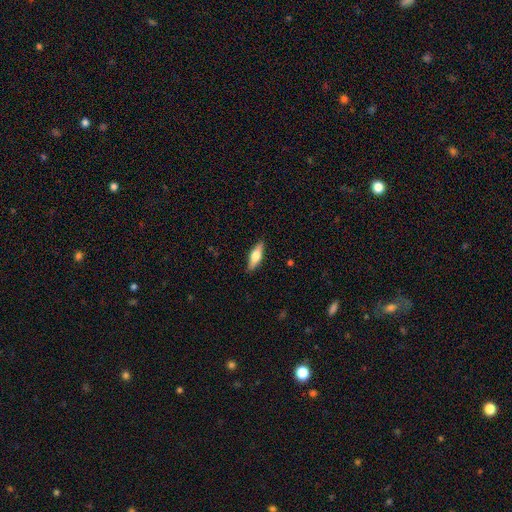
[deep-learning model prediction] This appears to be a smooth galaxy with no disk features (63%) that is in between round and cigar-shaped (57%). Merging: none (88%).